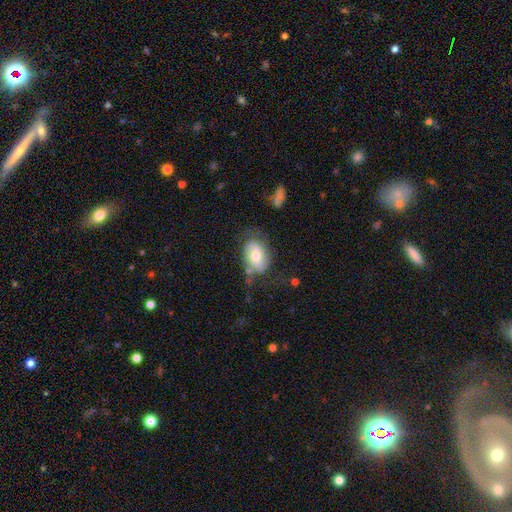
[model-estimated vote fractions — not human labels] The model was most divided on "smooth or featured": smooth: 59%, featured or disk: 33%, star or artifact: 8%. More confident: how rounded — in between (84%); merging — none (54%).